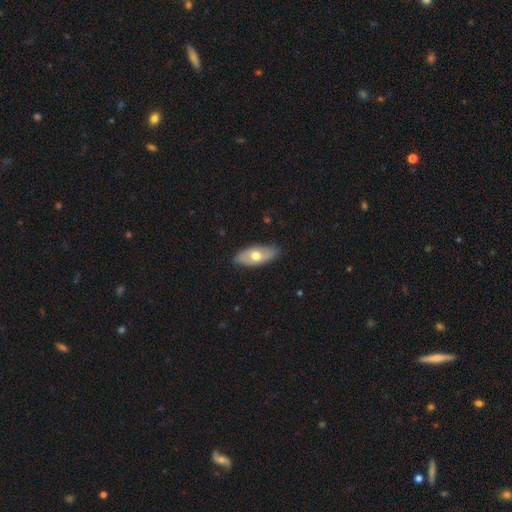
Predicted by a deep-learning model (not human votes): Smooth or featured: smooth — 57% (featured or disk — 38%)
How rounded: in between — 86% (cigar-shaped — 11%)
Merging: none — 84% (minor disturbance — 13%)